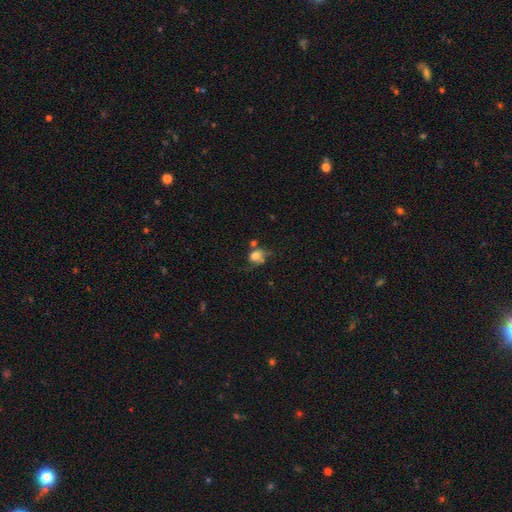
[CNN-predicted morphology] Q: Smooth or featured?
A: smooth (65%); runner-up: featured or disk (21%)
Q: How rounded?
A: round (61%); runner-up: in between (38%)
Q: Merging?
A: none (36%); runner-up: minor disturbance (23%)